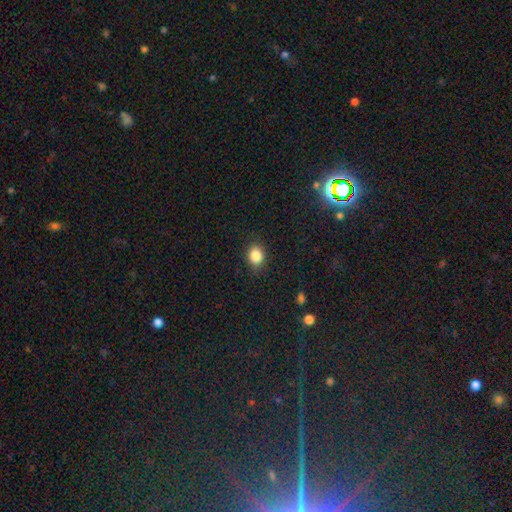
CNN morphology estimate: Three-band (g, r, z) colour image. It shows a smooth galaxy with no disk features (85%) that is round (54%). Merging: none (86%).